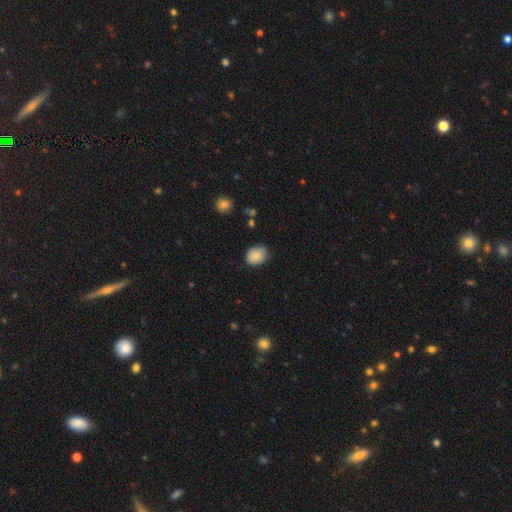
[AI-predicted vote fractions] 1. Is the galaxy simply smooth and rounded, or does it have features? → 86% smooth, 8% star or artifact, 7% featured or disk.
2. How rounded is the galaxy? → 50% round, 49% in between, 1% cigar-shaped.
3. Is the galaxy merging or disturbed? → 75% none, 20% minor disturbance, 3% major disturbance, 1% merger.